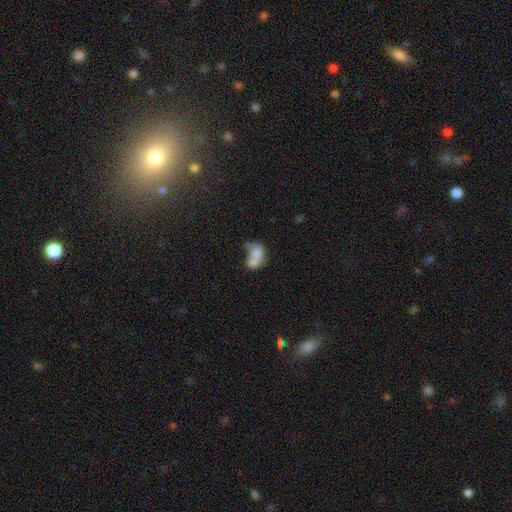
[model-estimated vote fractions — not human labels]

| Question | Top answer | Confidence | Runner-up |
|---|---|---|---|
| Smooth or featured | smooth | 69% | featured or disk (21%) |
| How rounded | in between | 81% | round (17%) |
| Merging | merger | 59% | none (16%) |